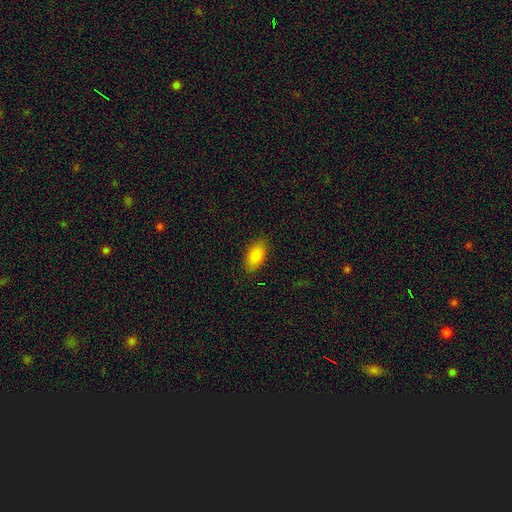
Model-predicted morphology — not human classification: This appears to be a smooth galaxy with no disk features (84%) that is in between round and cigar-shaped (93%). Merging: none (87%).